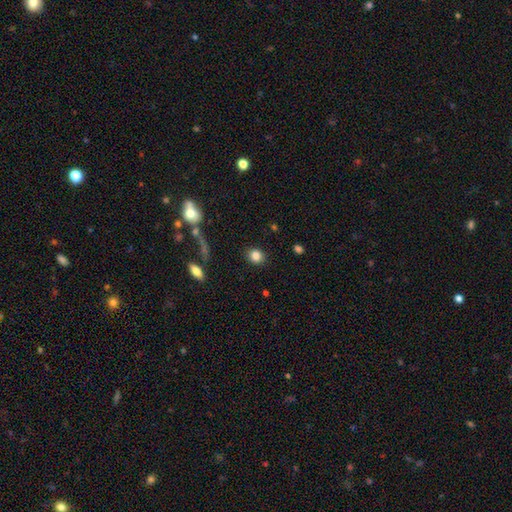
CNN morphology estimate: Smooth or featured? Predicted: smooth (p=0.85). How rounded? Predicted: round (p=0.69). Merging? Predicted: none (p=0.89).